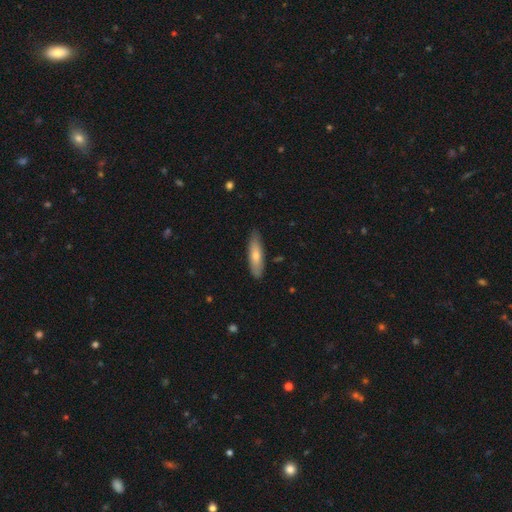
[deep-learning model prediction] This appears to be a smooth galaxy with no disk features (70%) that is cigar-shaped (62%). Merging: none (84%).